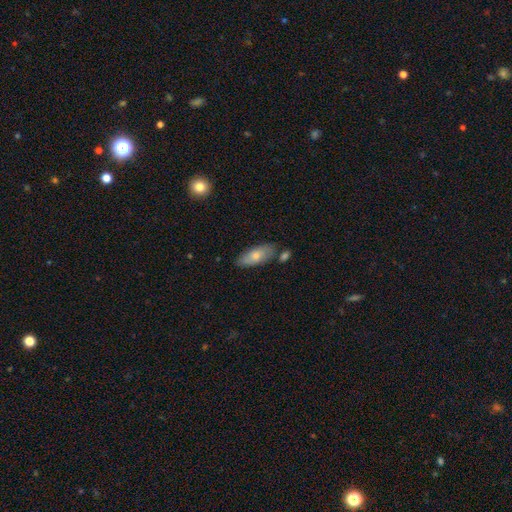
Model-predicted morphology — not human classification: smooth-or-featured: smooth: 70% | featured or disk: 24% | star or artifact: 6%
  how-rounded: in between: 81% | cigar-shaped: 17% | round: 3%
  merging: none: 72% | minor disturbance: 17% | merger: 7% | major disturbance: 3%